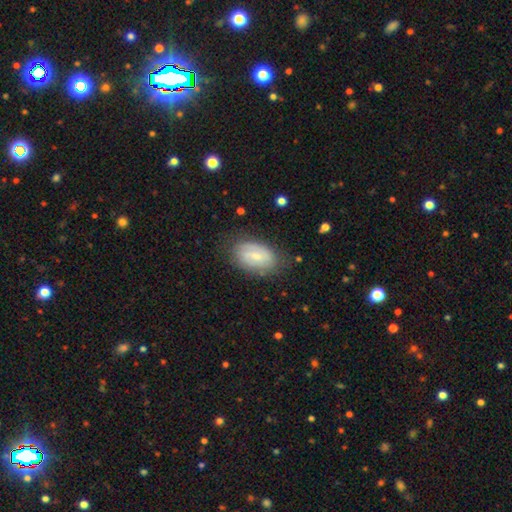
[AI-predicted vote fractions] A smooth galaxy with no disk features (51%) that is in between round and cigar-shaped (89%). Merging: none (73%).